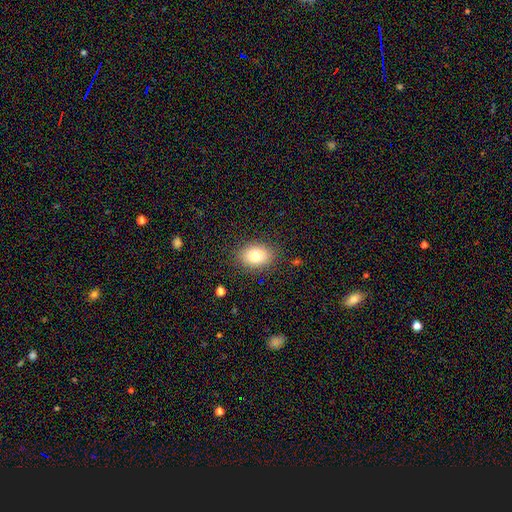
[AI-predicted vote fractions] A smooth galaxy with no disk features (79%) that is in between round and cigar-shaped (70%). Merging: none (86%).